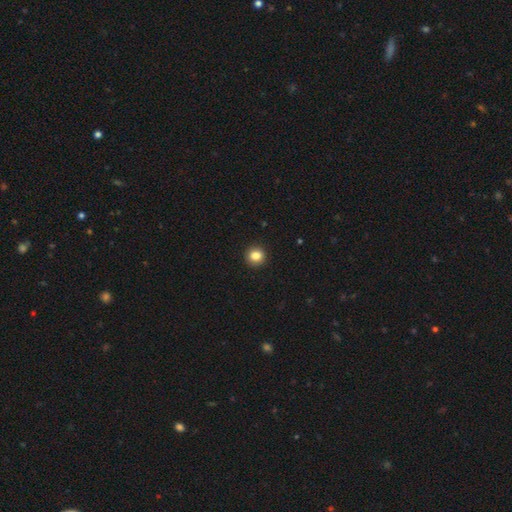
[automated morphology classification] smooth-or-featured: smooth: 85% | star or artifact: 10% | featured or disk: 5%
  how-rounded: round: 88% | in between: 11% | cigar-shaped: 1%
  merging: none: 93% | minor disturbance: 5% | major disturbance: 2% | merger: 1%